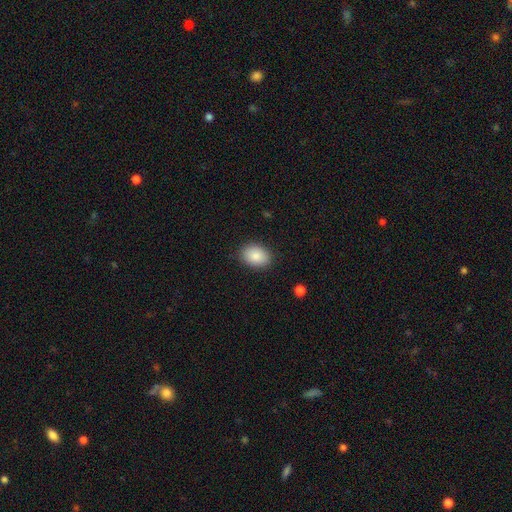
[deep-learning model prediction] Overall: smooth (87%). How rounded: in between (79%). Merging: none (88%).